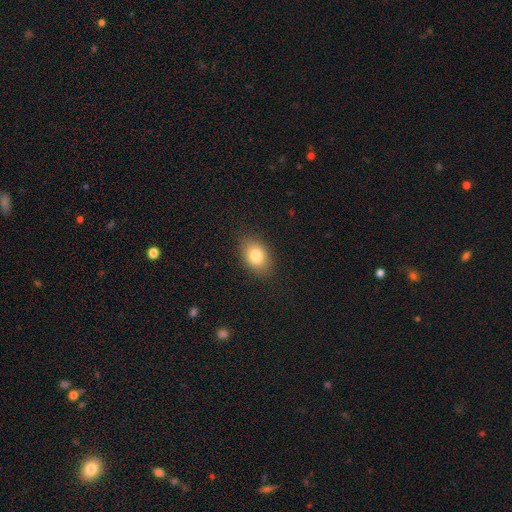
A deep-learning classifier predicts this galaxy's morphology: Q: Smooth or featured?
A: smooth (81%); runner-up: featured or disk (10%)
Q: How rounded?
A: in between (79%); runner-up: round (19%)
Q: Merging?
A: none (86%); runner-up: minor disturbance (10%)